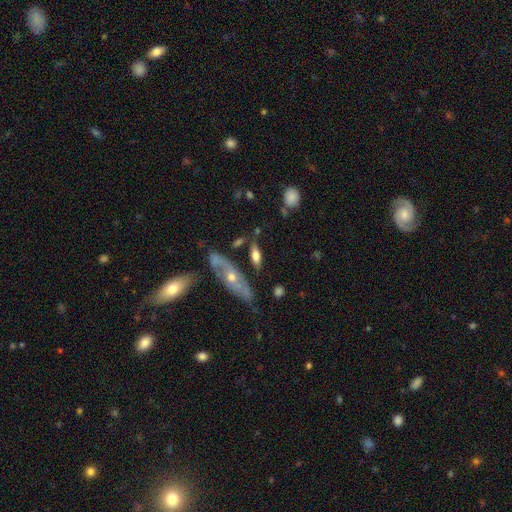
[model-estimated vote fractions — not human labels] This is possibly a smooth galaxy (55%). How rounded: likely in between (61%). Merging: likely none (66%).